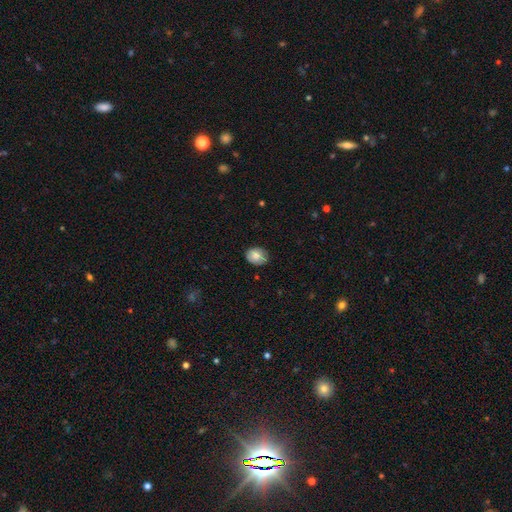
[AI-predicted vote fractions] smooth_or_featured: smooth (p=0.79) [alt: featured or disk p=0.14]
how_rounded: in between (p=0.52) [alt: round p=0.47]
merging: none (p=0.77) [alt: minor disturbance p=0.19]